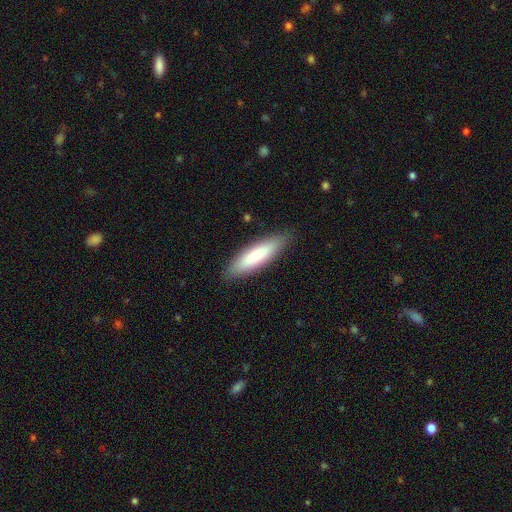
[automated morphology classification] Smooth or featured? Predicted: smooth (p=0.77). How rounded? Predicted: cigar-shaped (p=0.66). Merging? Predicted: none (p=0.87).